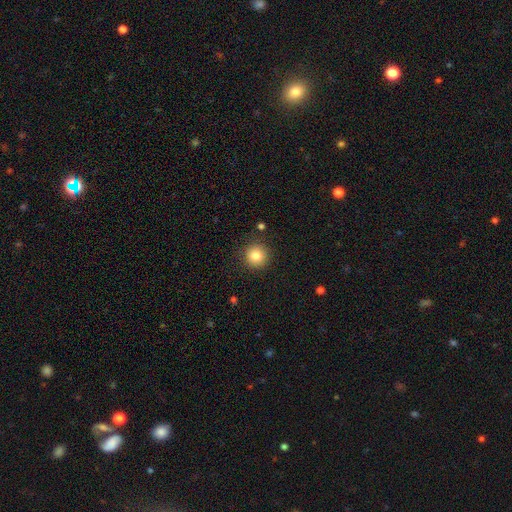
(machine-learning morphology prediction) smooth-or-featured: smooth: 82% | star or artifact: 11% | featured or disk: 7%
  how-rounded: round: 94% | in between: 5% | cigar-shaped: 1%
  merging: none: 89% | minor disturbance: 7% | major disturbance: 2% | merger: 2%